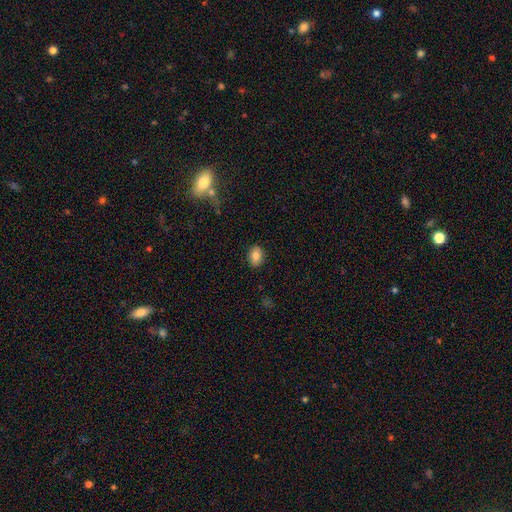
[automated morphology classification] Smooth or featured?
  - smooth: 82% *
  - featured or disk: 9%
  - star or artifact: 9%
How rounded?
  - in between: 60% *
  - round: 39%
  - cigar-shaped: 1%
Merging?
  - none: 89% *
  - minor disturbance: 8%
  - major disturbance: 2%
  - merger: 1%